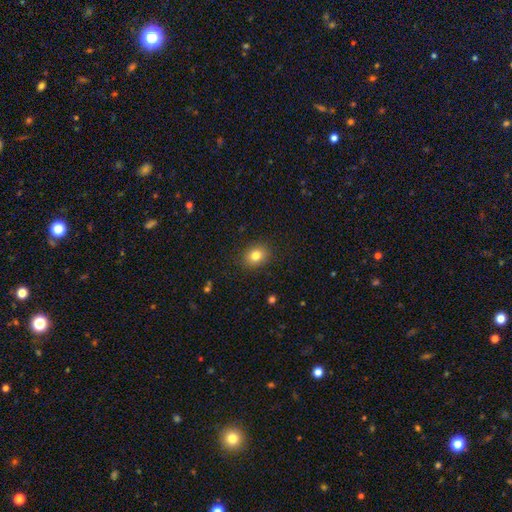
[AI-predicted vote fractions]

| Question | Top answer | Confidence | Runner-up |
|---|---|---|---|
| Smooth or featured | smooth | 81% | star or artifact (11%) |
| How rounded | round | 51% | in between (48%) |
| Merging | none | 88% | minor disturbance (8%) |